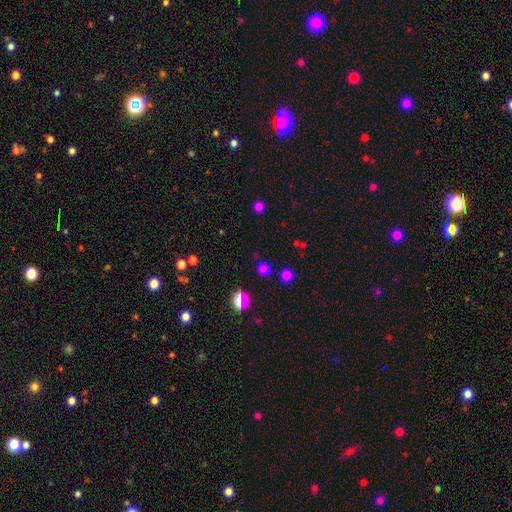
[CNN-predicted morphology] smooth-or-featured: smooth: 62% | star or artifact: 33% | featured or disk: 5%
  how-rounded: round: 87% | in between: 11% | cigar-shaped: 1%
  merging: none: 83% | minor disturbance: 8% | merger: 5% | major disturbance: 4%